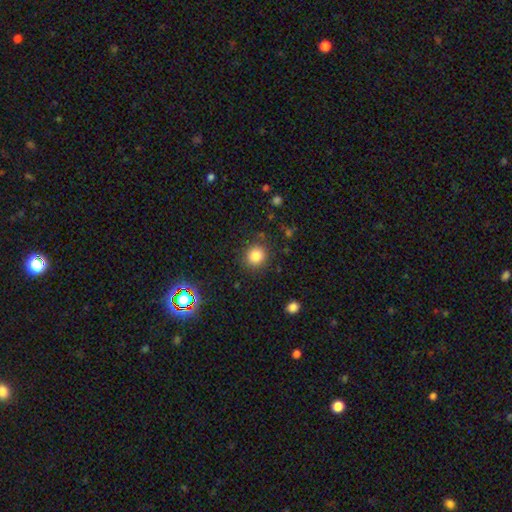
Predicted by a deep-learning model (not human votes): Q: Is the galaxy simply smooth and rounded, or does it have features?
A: smooth — 82%.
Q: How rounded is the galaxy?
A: round — 87%.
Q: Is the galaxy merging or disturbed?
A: none — 86%.